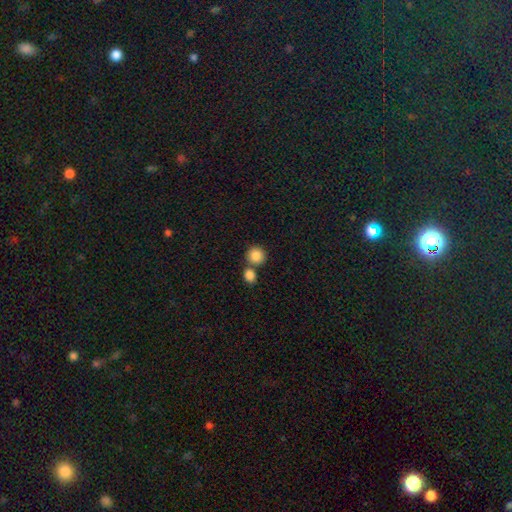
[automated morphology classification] Smooth or featured?
  - smooth: 86% *
  - star or artifact: 8%
  - featured or disk: 5%
How rounded?
  - round: 87% *
  - in between: 12%
  - cigar-shaped: 1%
Merging?
  - none: 59% *
  - merger: 30%
  - minor disturbance: 8%
  - major disturbance: 3%